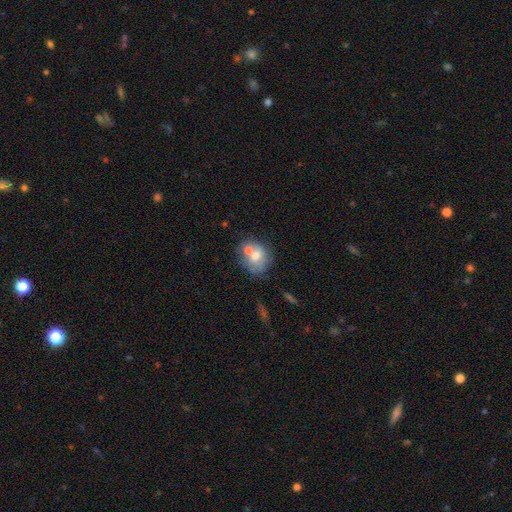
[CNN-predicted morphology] Smooth or featured? Predicted: smooth (p=0.62). How rounded? Predicted: round (p=0.61). Merging? Predicted: merger (p=0.42).